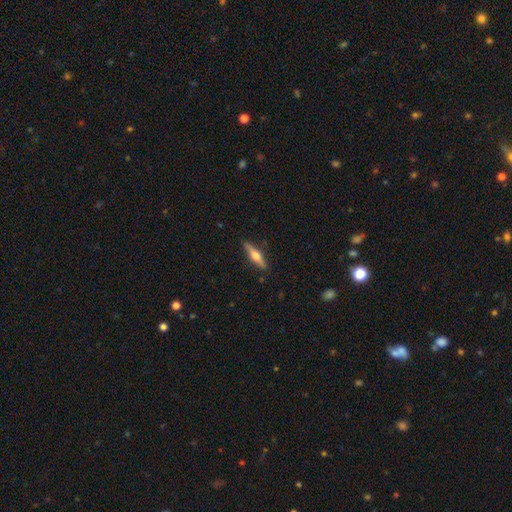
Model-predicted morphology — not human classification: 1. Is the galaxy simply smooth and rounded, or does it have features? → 60% featured or disk, 34% smooth, 6% star or artifact.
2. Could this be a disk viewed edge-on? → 96% yes, 4% no.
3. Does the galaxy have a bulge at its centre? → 93% rounded, 4% boxy, 3% none.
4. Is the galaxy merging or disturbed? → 88% none, 8% minor disturbance, 2% major disturbance, 1% merger.